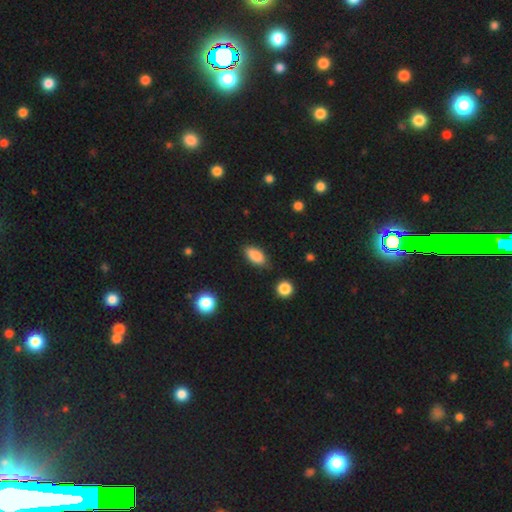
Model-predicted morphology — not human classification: This is clearly a smooth galaxy (86%). How rounded: clearly in between (89%). Merging: clearly none (81%).